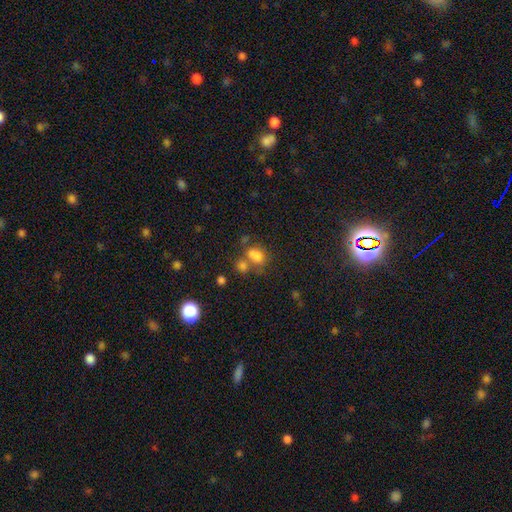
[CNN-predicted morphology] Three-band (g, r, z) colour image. It shows a smooth galaxy with no disk features (73%) that is in between round and cigar-shaped (66%). Merging: merger (40%).